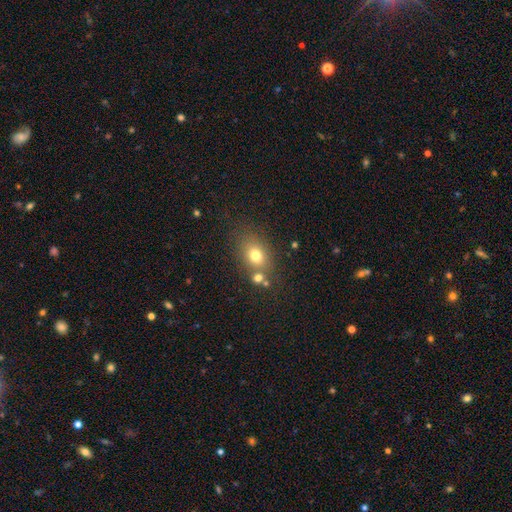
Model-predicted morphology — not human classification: A smooth galaxy with no disk features (75%) that is in between round and cigar-shaped (60%). Merging: none (65%).